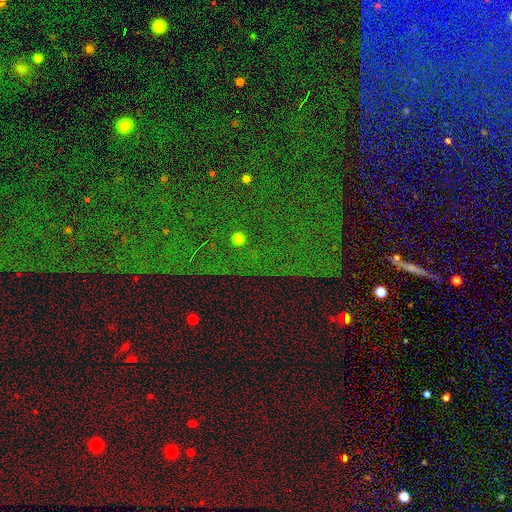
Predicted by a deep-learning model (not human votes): Smooth or featured? star or artifact (84%)